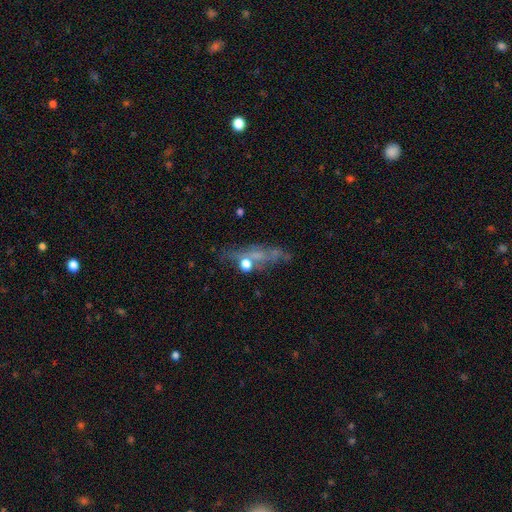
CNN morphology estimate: This appears to be a featured or disk galaxy (42%). Merging: none (47%).